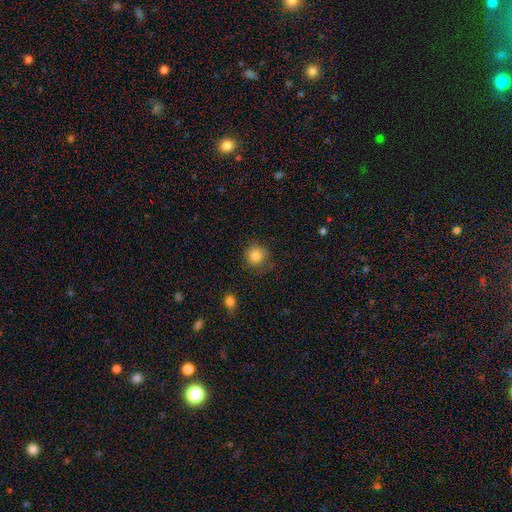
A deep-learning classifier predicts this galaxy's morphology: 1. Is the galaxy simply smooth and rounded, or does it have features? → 84% smooth, 10% star or artifact, 6% featured or disk.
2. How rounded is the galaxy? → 90% round, 9% in between, 1% cigar-shaped.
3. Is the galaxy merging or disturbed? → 80% none, 15% minor disturbance, 4% major disturbance, 2% merger.